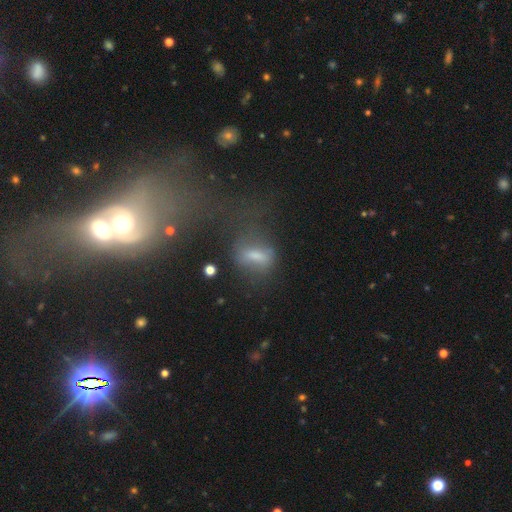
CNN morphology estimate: Smooth or featured? smooth (53%)
How rounded? in between (64%)
Merging? none (38%)